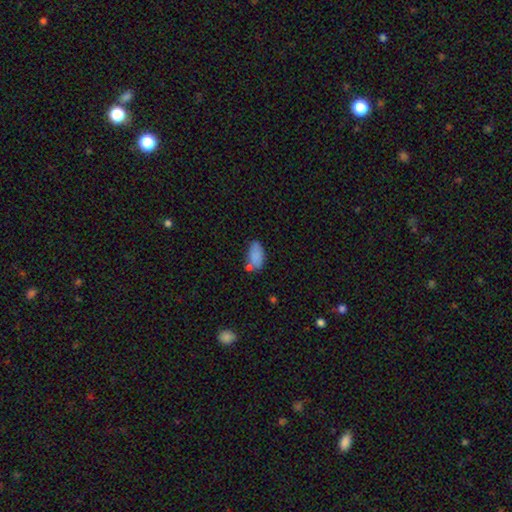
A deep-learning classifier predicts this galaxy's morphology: The model was most divided on "merging": none: 59%, minor disturbance: 21%, merger: 15%, major disturbance: 6%. More confident: how rounded — in between (92%); smooth or featured — smooth (84%).